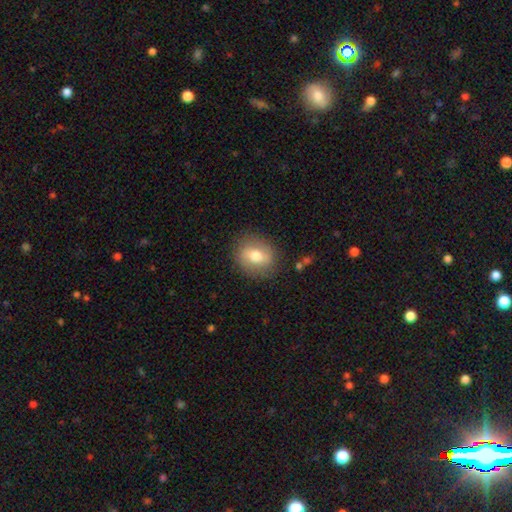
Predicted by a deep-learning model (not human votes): Morphology: type=smooth (64%); roundness=round (55%); merging=none (83%).